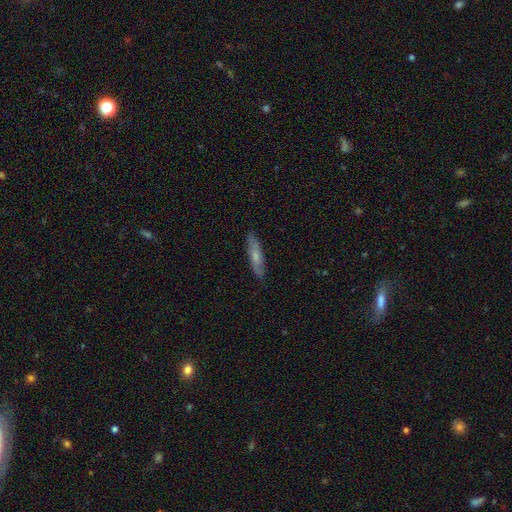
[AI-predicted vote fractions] Overall: smooth (62%; featured or disk 32%). How rounded: cigar-shaped (78%). Merging: none (84%).